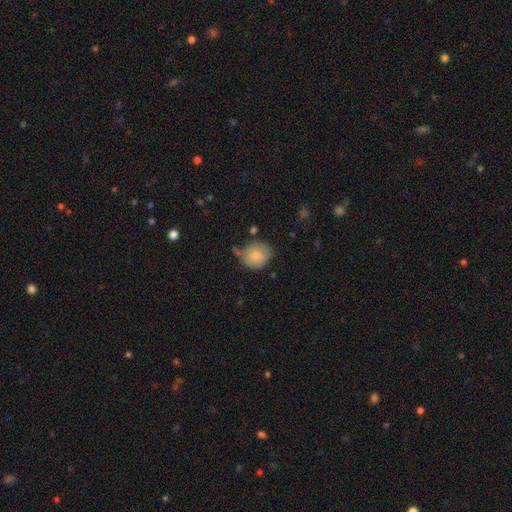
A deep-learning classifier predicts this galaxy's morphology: This appears to be a smooth galaxy with no disk features (77%) that is round (79%). Merging: none (53%).